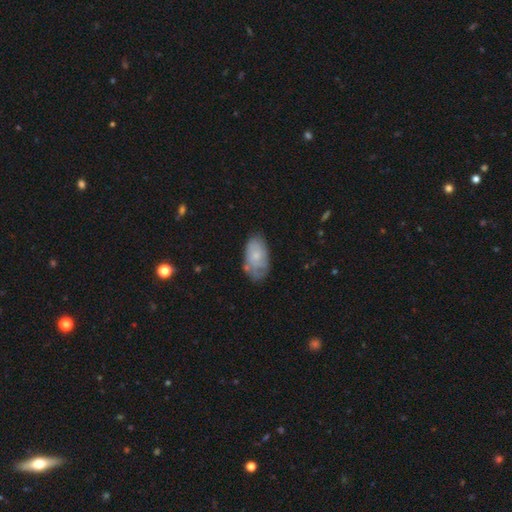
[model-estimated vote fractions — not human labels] Overall: smooth (61%; featured or disk 32%). How rounded: in between (93%). Merging: none (59%; minor disturbance 29%).